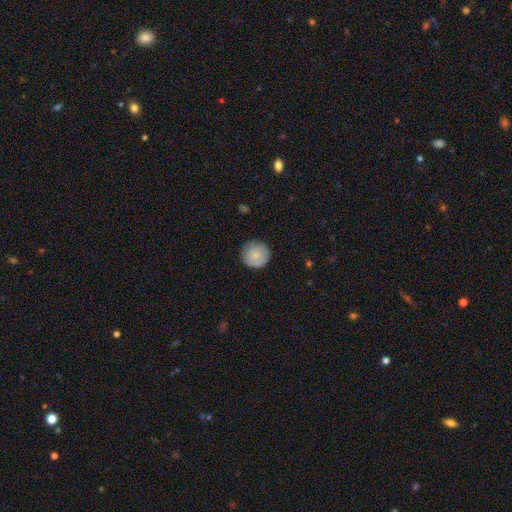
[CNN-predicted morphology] smooth_or_featured: smooth (p=0.81) [alt: featured or disk p=0.12]
how_rounded: round (p=0.95) [alt: in between p=0.04]
merging: none (p=0.85) [alt: minor disturbance p=0.12]